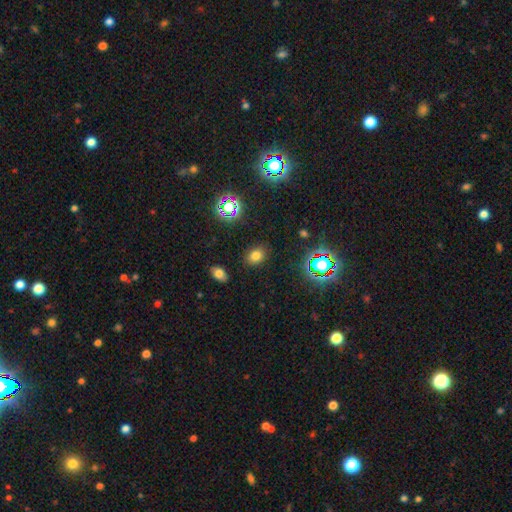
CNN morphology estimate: type=smooth (72%); roundness=in between (55%); merging=none (87%).